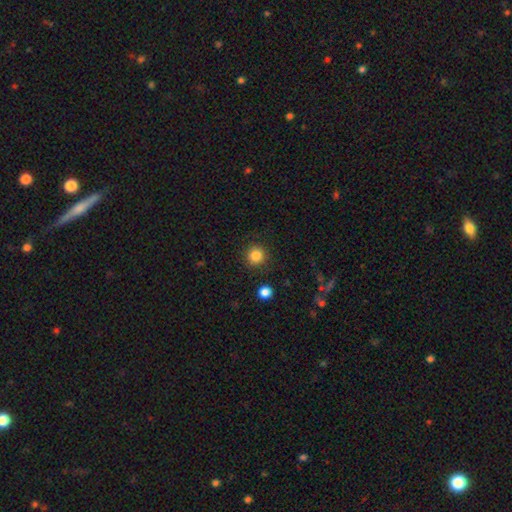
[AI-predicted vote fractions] Q: Smooth or featured?
A: smooth (84%); runner-up: star or artifact (11%)
Q: How rounded?
A: round (94%); runner-up: in between (5%)
Q: Merging?
A: none (90%); runner-up: minor disturbance (6%)